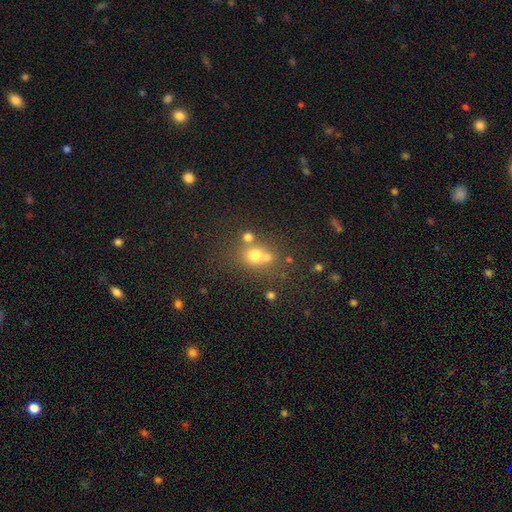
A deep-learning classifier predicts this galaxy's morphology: Q: Smooth or featured?
A: smooth (65%); runner-up: star or artifact (19%)
Q: How rounded?
A: round (74%); runner-up: in between (25%)
Q: Merging?
A: none (46%); runner-up: merger (39%)